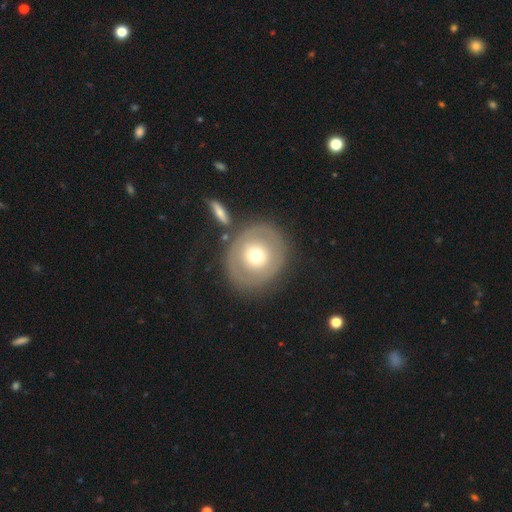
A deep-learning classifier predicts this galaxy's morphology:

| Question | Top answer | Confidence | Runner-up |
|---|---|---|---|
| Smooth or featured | smooth | 52% | featured or disk (41%) |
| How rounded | round | 82% | in between (17%) |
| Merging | none | 77% | minor disturbance (11%) |